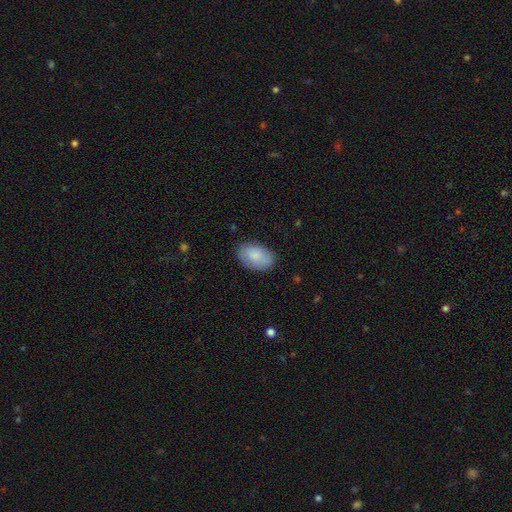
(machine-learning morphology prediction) Q: Smooth or featured?
A: smooth (83%); runner-up: featured or disk (11%)
Q: How rounded?
A: in between (90%); runner-up: round (8%)
Q: Merging?
A: none (79%); runner-up: minor disturbance (16%)